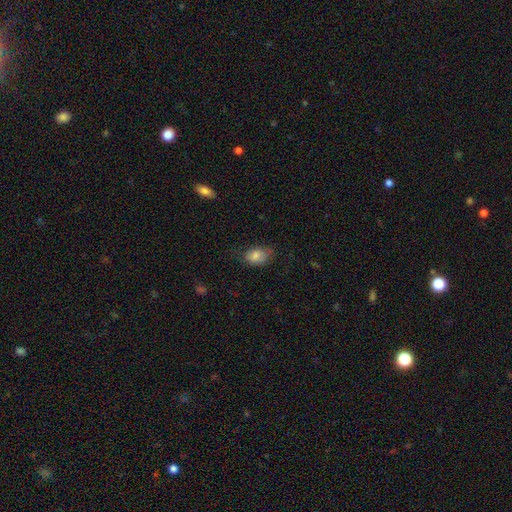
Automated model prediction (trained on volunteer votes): Smooth or featured: smooth — 81% (featured or disk — 11%)
How rounded: in between — 83% (round — 16%)
Merging: none — 66% (minor disturbance — 25%)